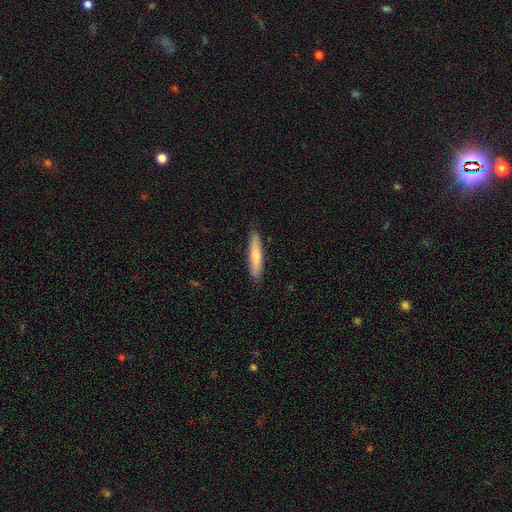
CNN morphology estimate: Smooth or featured: smooth — 71% (featured or disk — 24%)
How rounded: cigar-shaped — 88% (in between — 11%)
Merging: none — 87% (minor disturbance — 10%)